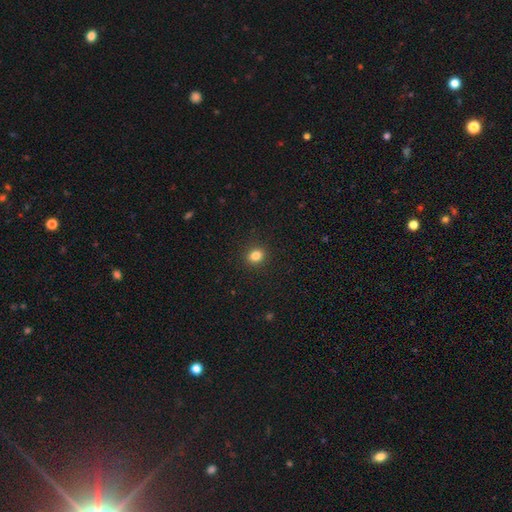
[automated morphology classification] Smooth or featured? Predicted: smooth (p=0.83). How rounded? Predicted: round (p=0.65). Merging? Predicted: none (p=0.90).